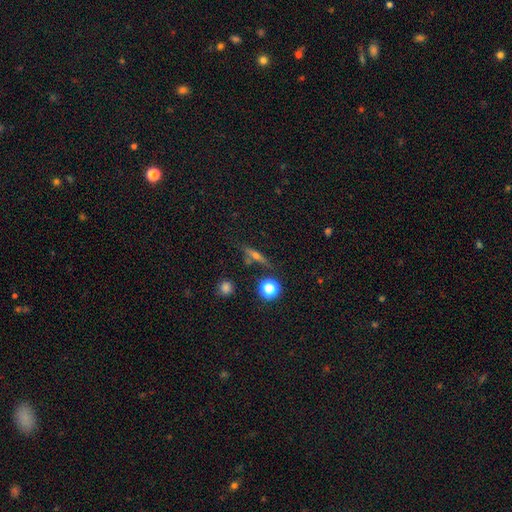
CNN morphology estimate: Smooth or featured: featured or disk — 52% (smooth — 33%)
Edge-on disk: yes — 92% (no — 8%)
Merging: none — 82% (minor disturbance — 10%)